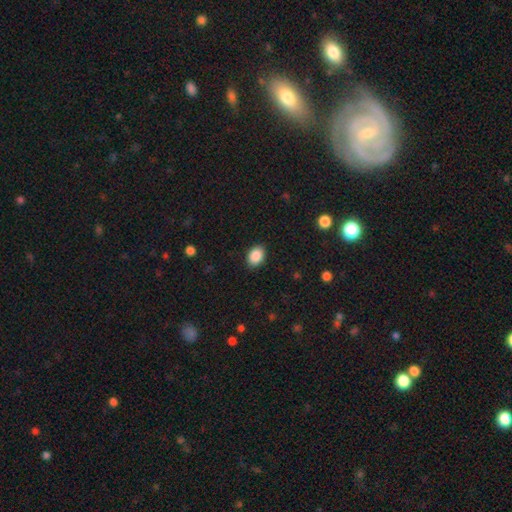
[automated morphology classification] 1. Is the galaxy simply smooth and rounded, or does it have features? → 89% smooth, 8% star or artifact, 3% featured or disk.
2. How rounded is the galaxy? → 74% in between, 25% round, 1% cigar-shaped.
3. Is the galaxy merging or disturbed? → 89% none, 8% minor disturbance, 2% major disturbance, 1% merger.